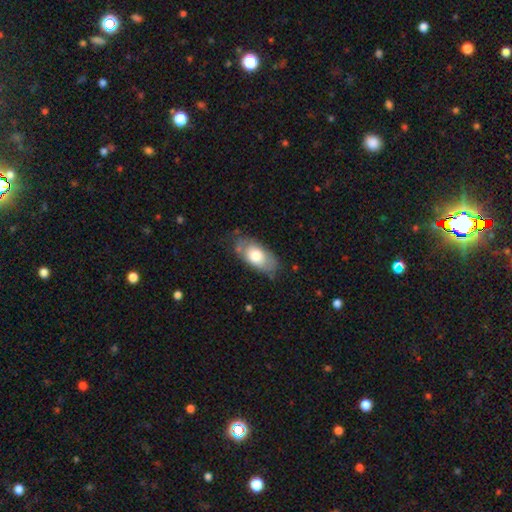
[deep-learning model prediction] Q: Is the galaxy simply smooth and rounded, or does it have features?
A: smooth — 66%.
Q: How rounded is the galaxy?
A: in between — 91%.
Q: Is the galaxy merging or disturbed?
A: none — 63%.